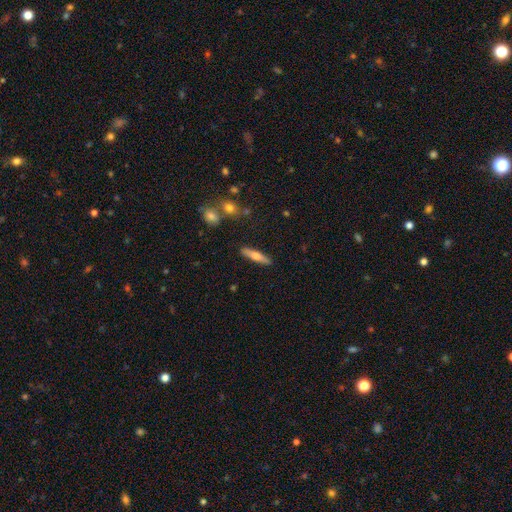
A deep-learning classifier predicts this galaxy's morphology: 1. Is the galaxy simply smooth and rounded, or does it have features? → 54% smooth, 40% featured or disk, 6% star or artifact.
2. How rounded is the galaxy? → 82% cigar-shaped, 16% in between, 2% round.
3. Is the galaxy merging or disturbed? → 88% none, 8% minor disturbance, 2% major disturbance, 2% merger.